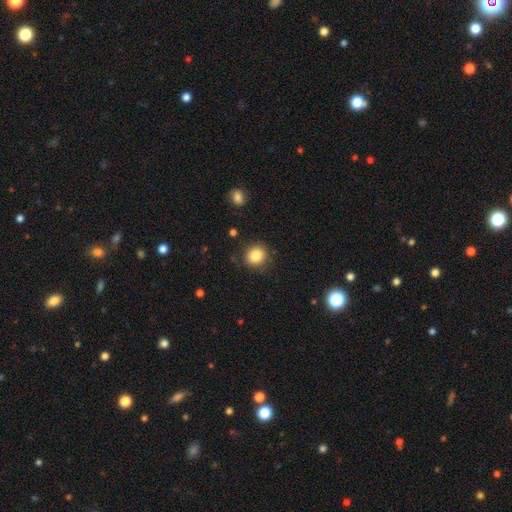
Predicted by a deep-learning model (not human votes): Overall: smooth (85%). How rounded: round (84%). Merging: none (86%).